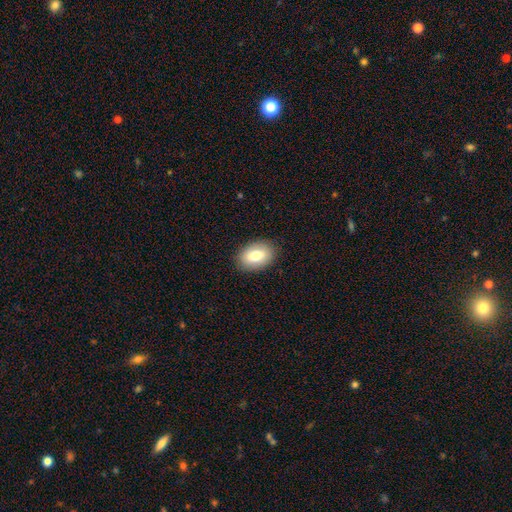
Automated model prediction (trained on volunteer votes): Morphology: type=smooth (79%); roundness=in between (87%); merging=none (88%).